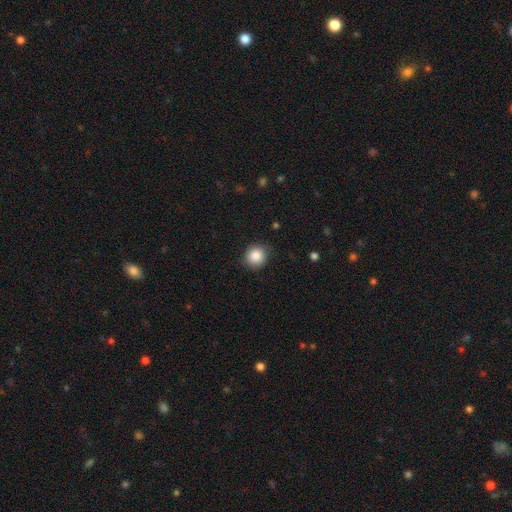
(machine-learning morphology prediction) smooth-or-featured: smooth: 87% | star or artifact: 9% | featured or disk: 5%
  how-rounded: round: 89% | in between: 10% | cigar-shaped: 1%
  merging: none: 86% | minor disturbance: 11% | major disturbance: 3% | merger: 1%